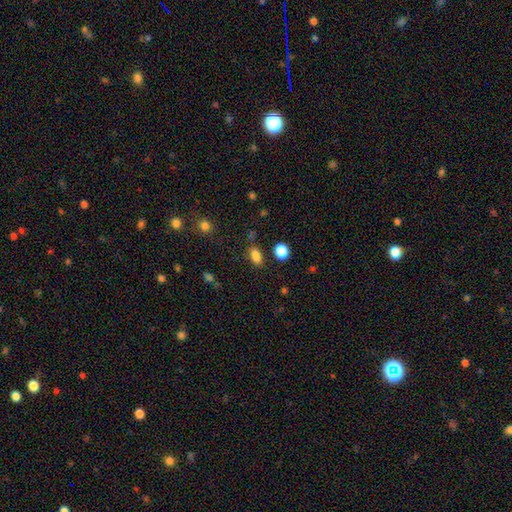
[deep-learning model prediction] The model was most divided on "merging": none: 80%, minor disturbance: 12%, merger: 5%, major disturbance: 4%. More confident: smooth or featured — smooth (84%); how rounded — in between (82%).